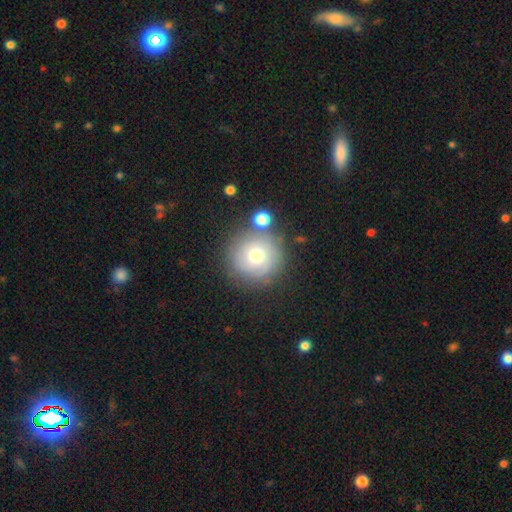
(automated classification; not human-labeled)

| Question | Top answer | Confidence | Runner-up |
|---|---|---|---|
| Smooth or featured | smooth | 58% | featured or disk (31%) |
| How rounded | round | 94% | in between (5%) |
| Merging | none | 70% | minor disturbance (14%) |